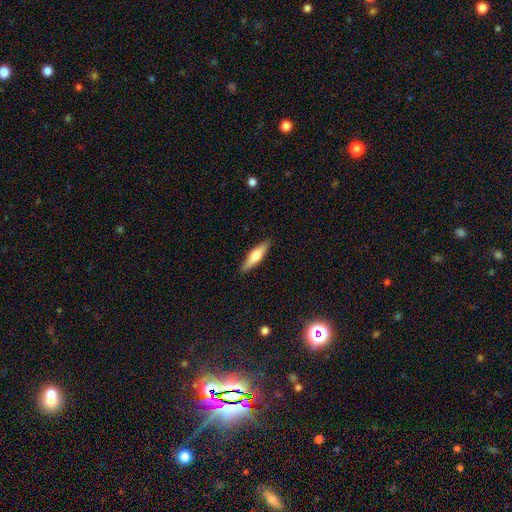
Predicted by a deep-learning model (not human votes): A smooth galaxy with no disk features (53%) that is cigar-shaped (71%).

Vote fractions:
- Smooth or featured? smooth: 53% / featured or disk: 41% / star or artifact: 6%
- How rounded? cigar-shaped: 71% / in between: 27% / round: 2%
- Merging? none: 90% / minor disturbance: 7% / major disturbance: 2% / merger: 1%